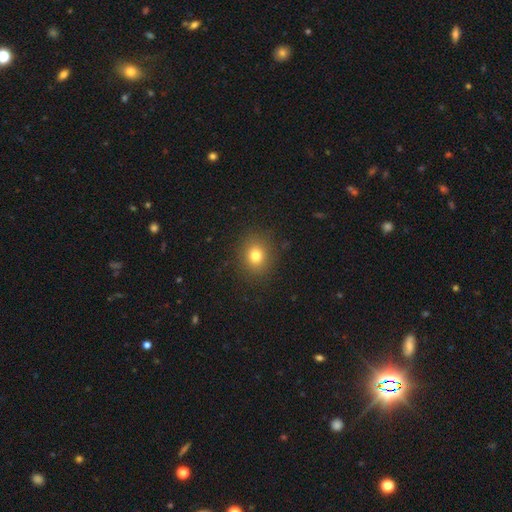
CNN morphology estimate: smooth 78%, star or artifact 13%, featured or disk 8%. Down the decision tree: how rounded — round (72%); merging — none (88%).